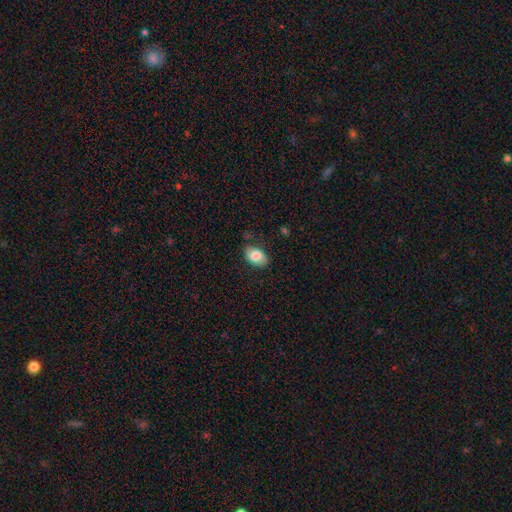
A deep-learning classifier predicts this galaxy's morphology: type=smooth (80%); roundness=in between (87%); merging=none (74%).